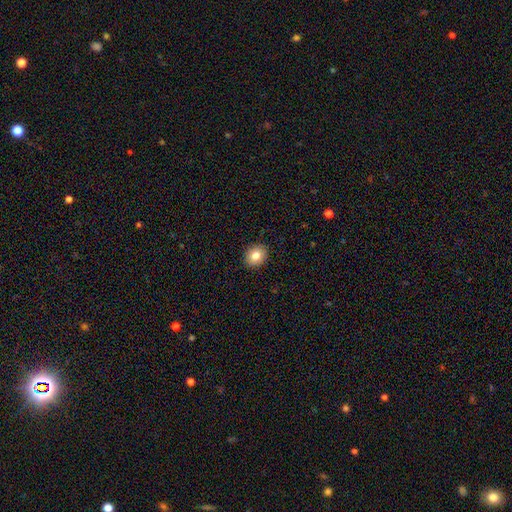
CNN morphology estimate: This is clearly a smooth galaxy (82%). How rounded: likely round (67%). Merging: clearly none (91%).